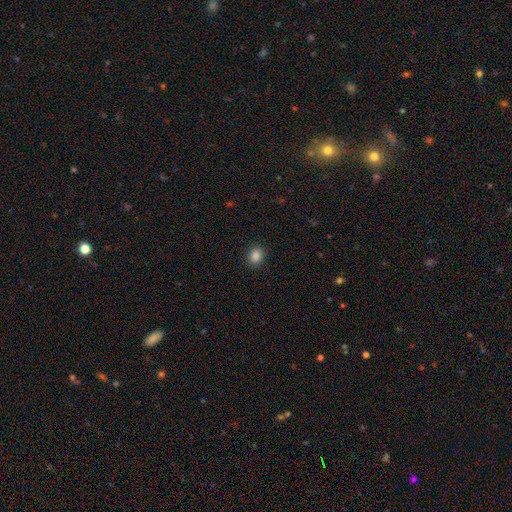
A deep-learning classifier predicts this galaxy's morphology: Smooth or featured? Predicted: smooth (p=0.85). How rounded? Predicted: round (p=0.54). Merging? Predicted: none (p=0.90).